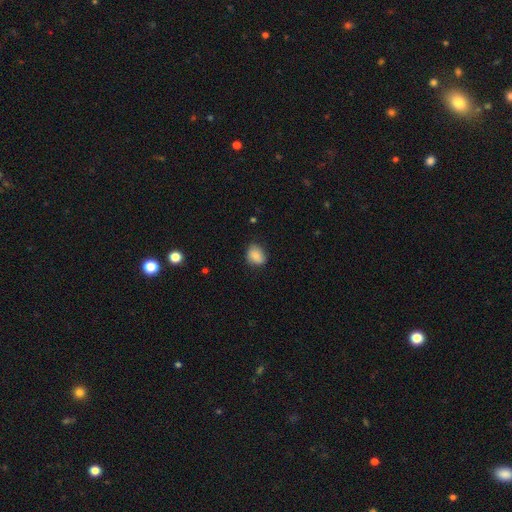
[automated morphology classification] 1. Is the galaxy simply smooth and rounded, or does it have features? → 80% smooth, 12% featured or disk, 8% star or artifact.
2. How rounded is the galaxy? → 51% round, 48% in between, 1% cigar-shaped.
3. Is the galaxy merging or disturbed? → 73% none, 22% minor disturbance, 4% major disturbance, 1% merger.